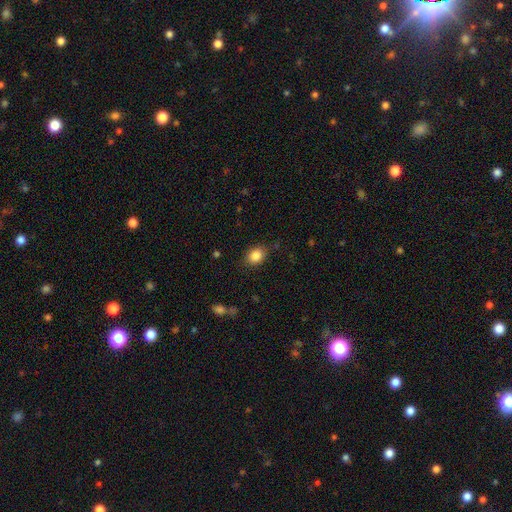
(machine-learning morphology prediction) This appears to be a smooth galaxy with no disk features (86%) that is in between round and cigar-shaped (64%). Merging: none (83%).